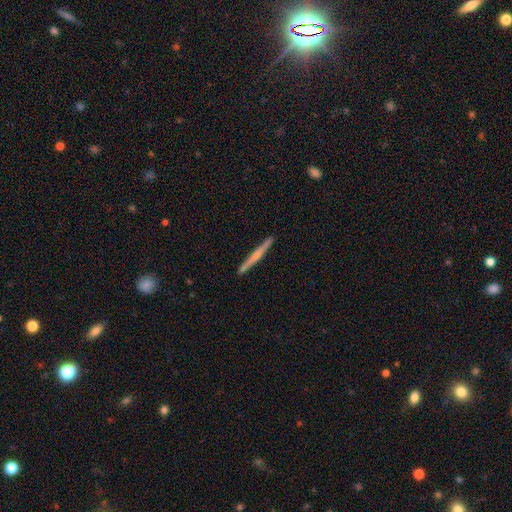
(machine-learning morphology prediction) A featured or disk galaxy (55%) viewed edge-on (98%) with no central bulge (50%).

Vote fractions:
- Smooth or featured? featured or disk: 55% / smooth: 40% / star or artifact: 6%
- Edge-on disk? yes: 98% / no: 2%
- Edge-on bulge? none: 50% / rounded: 41% / boxy: 9%
- Merging? none: 92% / minor disturbance: 6% / major disturbance: 1% / merger: 1%